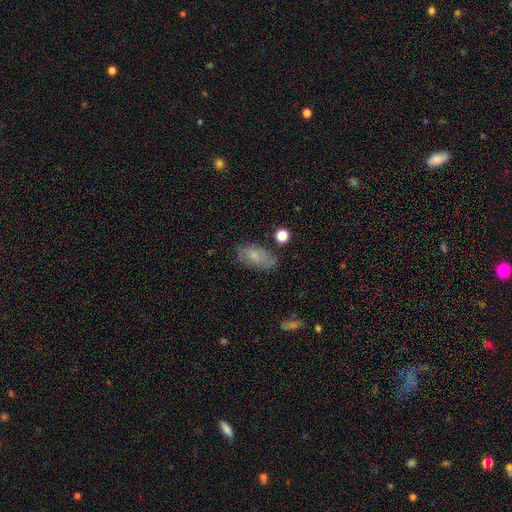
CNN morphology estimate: A smooth galaxy with no disk features (63%) that is in between round and cigar-shaped (90%).

Vote fractions:
- Smooth or featured? smooth: 63% / featured or disk: 28% / star or artifact: 9%
- How rounded? in between: 90% / round: 6% / cigar-shaped: 4%
- Merging? none: 69% / minor disturbance: 22% / major disturbance: 7% / merger: 3%